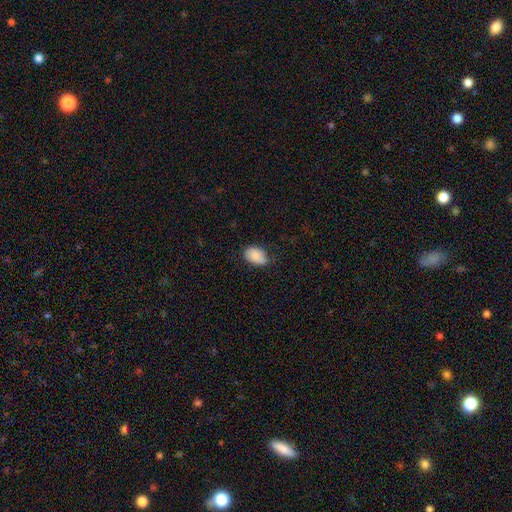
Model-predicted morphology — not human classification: Smooth or featured?
  - smooth: 85% *
  - featured or disk: 8%
  - star or artifact: 7%
How rounded?
  - in between: 88% *
  - round: 11%
  - cigar-shaped: 1%
Merging?
  - none: 66% *
  - minor disturbance: 28%
  - major disturbance: 5%
  - merger: 1%